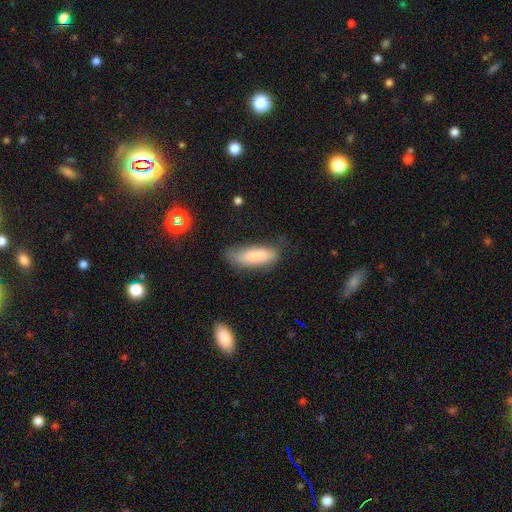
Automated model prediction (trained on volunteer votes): smooth-or-featured: smooth: 80% | featured or disk: 13% | star or artifact: 7%
  how-rounded: in between: 62% | cigar-shaped: 37% | round: 2%
  merging: none: 59% | minor disturbance: 29% | major disturbance: 10% | merger: 2%